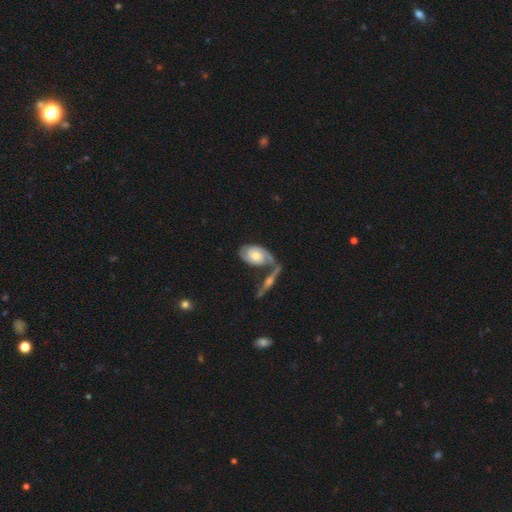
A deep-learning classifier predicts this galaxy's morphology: The model was most divided on "merging": merger: 43%, none: 34%, minor disturbance: 13%, major disturbance: 11%. More confident: edge-on disk — no (93%); spiral arms — yes (92%); smooth or featured — featured or disk (77%); spiral arm count — 2 (72%); bar — no (68%); bulge size — moderate (58%); spiral winding — tight (52%).